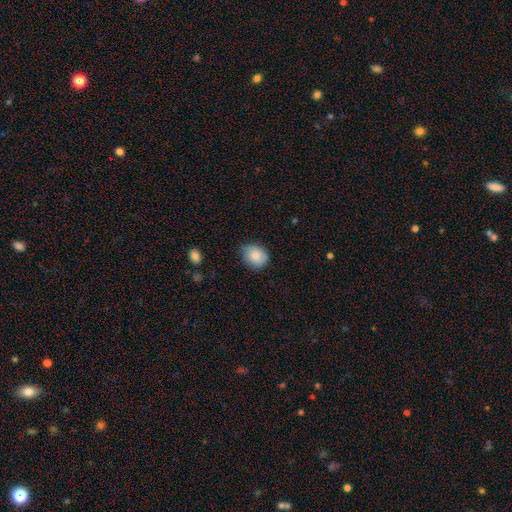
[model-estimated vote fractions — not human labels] Q: Smooth or featured?
A: smooth (80%); runner-up: featured or disk (12%)
Q: How rounded?
A: round (62%); runner-up: in between (37%)
Q: Merging?
A: none (67%); runner-up: minor disturbance (28%)